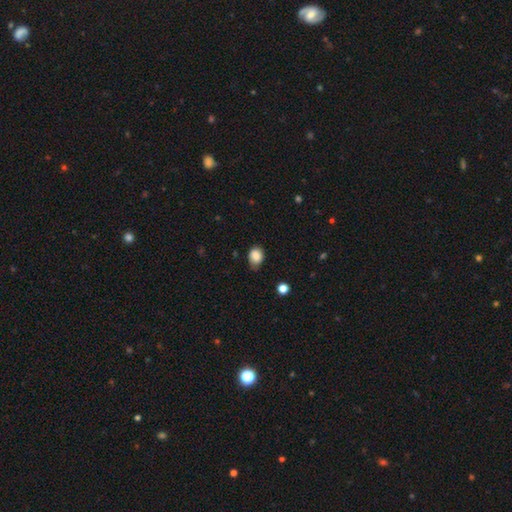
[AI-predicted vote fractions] smooth-or-featured: smooth: 87% | star or artifact: 9% | featured or disk: 4%
  how-rounded: in between: 54% | round: 45% | cigar-shaped: 1%
  merging: none: 57% | minor disturbance: 35% | major disturbance: 6% | merger: 2%